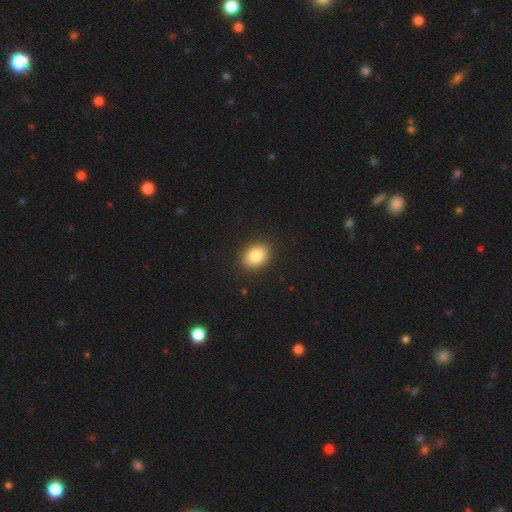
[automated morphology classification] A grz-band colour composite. It shows a smooth galaxy with no disk features (86%) that is in between round and cigar-shaped (72%). Merging: none (90%).